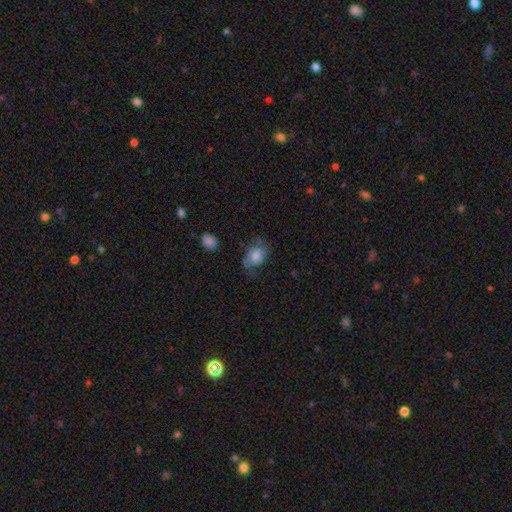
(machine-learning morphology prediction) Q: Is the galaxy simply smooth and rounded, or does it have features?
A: smooth — 52%.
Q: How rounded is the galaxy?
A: in between — 70%.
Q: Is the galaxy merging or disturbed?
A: none — 50%.